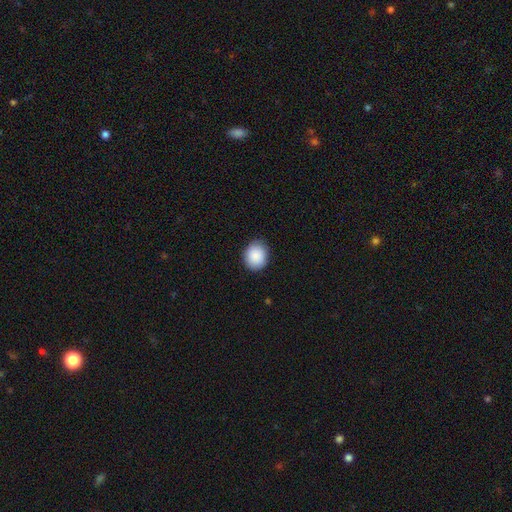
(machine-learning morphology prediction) A smooth galaxy with no disk features (90%) that is round (65%). Merging: none (86%).